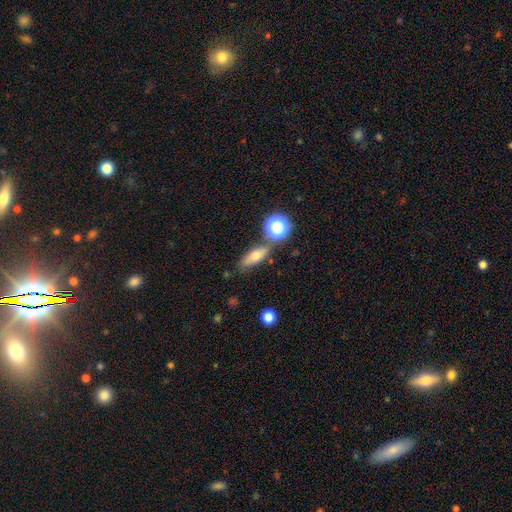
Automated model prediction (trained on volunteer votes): smooth 61%, featured or disk 26%, star or artifact 13%. Down the decision tree: how rounded — in between (54%); merging — none (72%).